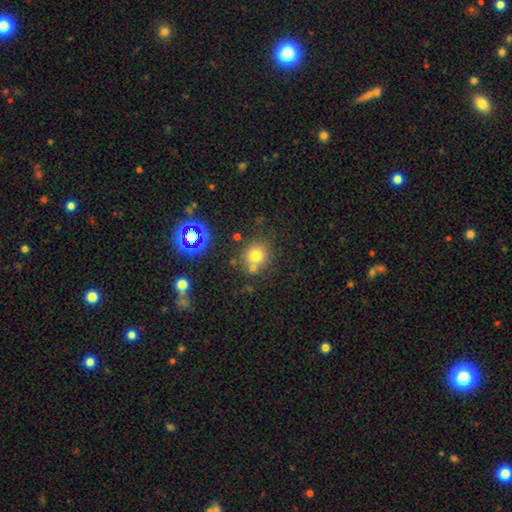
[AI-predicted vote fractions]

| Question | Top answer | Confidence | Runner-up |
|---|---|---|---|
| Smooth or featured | smooth | 72% | star or artifact (17%) |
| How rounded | round | 87% | in between (12%) |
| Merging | none | 68% | merger (17%) |